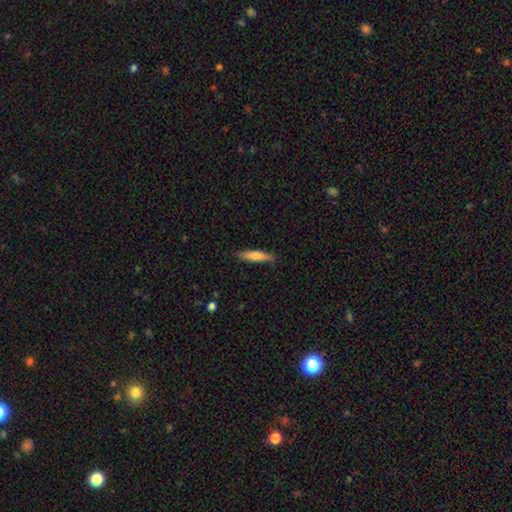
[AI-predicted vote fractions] This is likely a smooth galaxy (65%). How rounded: clearly cigar-shaped (86%). Merging: clearly none (84%).